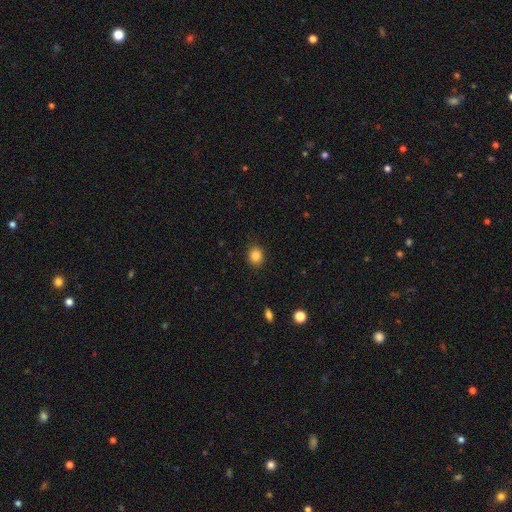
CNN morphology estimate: Smooth or featured?
  - smooth: 85% *
  - star or artifact: 10%
  - featured or disk: 4%
How rounded?
  - round: 77% *
  - in between: 22%
  - cigar-shaped: 1%
Merging?
  - none: 90% *
  - minor disturbance: 7%
  - major disturbance: 2%
  - merger: 1%